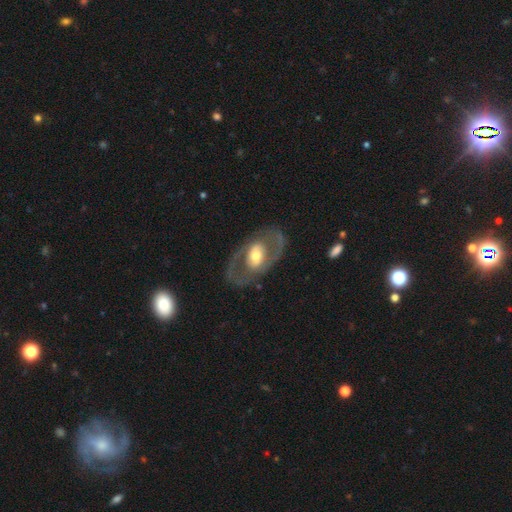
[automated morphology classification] The model was most divided on "bar": no: 42%, weak: 35%, strong: 23%. More confident: edge-on disk — no (93%); merging — none (78%); smooth or featured — featured or disk (75%); bulge size — moderate (61%); spiral arms — yes (61%).